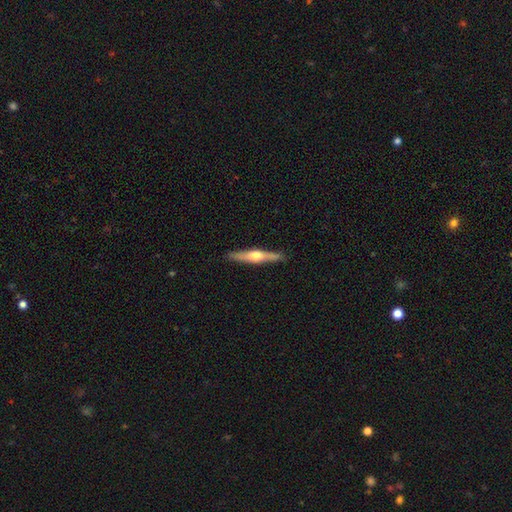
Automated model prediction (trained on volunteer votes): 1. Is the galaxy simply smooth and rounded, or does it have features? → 60% featured or disk, 34% smooth, 5% star or artifact.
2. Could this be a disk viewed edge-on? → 96% yes, 4% no.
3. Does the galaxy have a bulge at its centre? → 90% rounded, 5% boxy, 5% none.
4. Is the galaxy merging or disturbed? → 89% none, 8% minor disturbance, 2% major disturbance, 1% merger.